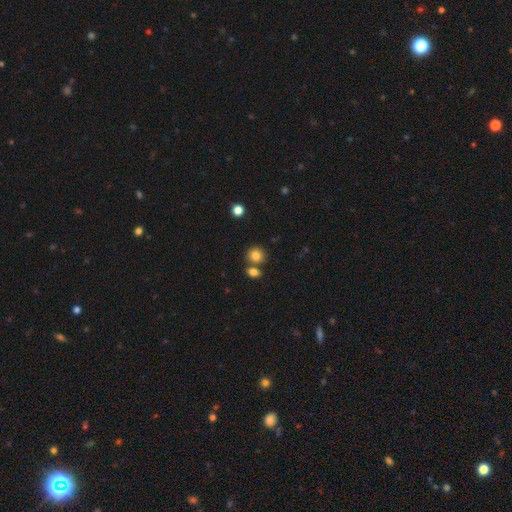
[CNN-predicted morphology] A smooth galaxy with no disk features (83%) that is round (80%).

Vote fractions:
- Smooth or featured? smooth: 83% / star or artifact: 11% / featured or disk: 7%
- How rounded? round: 80% / in between: 19% / cigar-shaped: 1%
- Merging? none: 63% / merger: 26% / minor disturbance: 8% / major disturbance: 3%